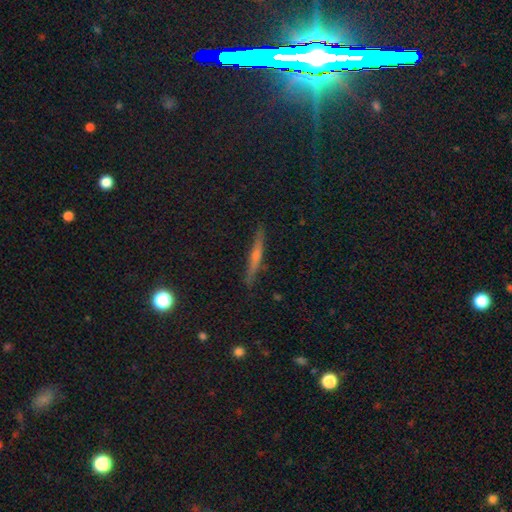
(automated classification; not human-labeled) Q: Smooth or featured?
A: featured or disk (55%); runner-up: smooth (33%)
Q: Edge-on disk?
A: yes (96%); runner-up: no (4%)
Q: Edge-on bulge?
A: rounded (58%); runner-up: none (33%)
Q: Merging?
A: none (89%); runner-up: minor disturbance (8%)